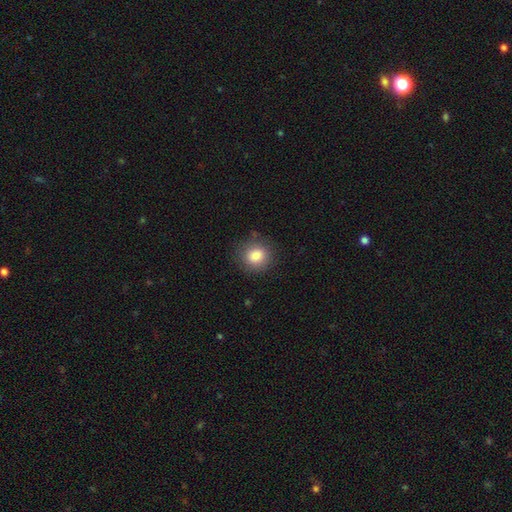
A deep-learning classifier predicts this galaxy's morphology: A smooth galaxy with no disk features (84%) that is round (84%).

Vote fractions:
- Smooth or featured? smooth: 84% / star or artifact: 9% / featured or disk: 7%
- How rounded? round: 84% / in between: 15% / cigar-shaped: 1%
- Merging? none: 84% / minor disturbance: 11% / major disturbance: 3% / merger: 1%